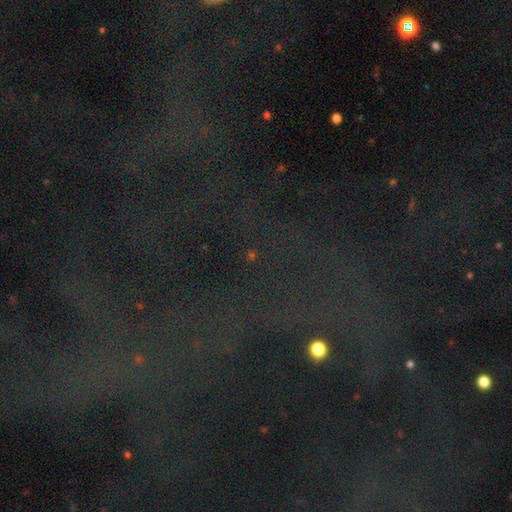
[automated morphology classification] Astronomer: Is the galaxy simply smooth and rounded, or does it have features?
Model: star or artifact — 79%.